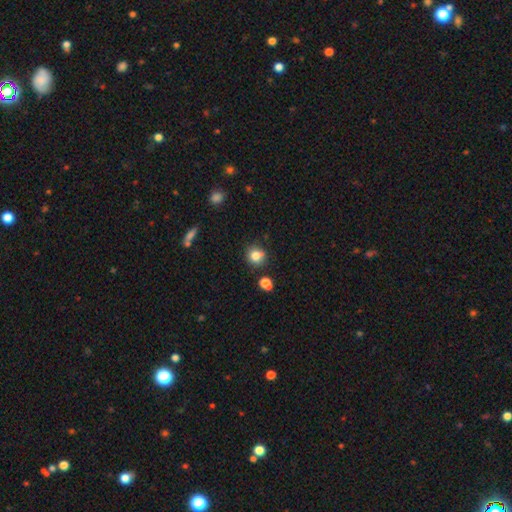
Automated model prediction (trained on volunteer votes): Smooth or featured? Predicted: smooth (p=0.80). How rounded? Predicted: round (p=0.83). Merging? Predicted: none (p=0.70).